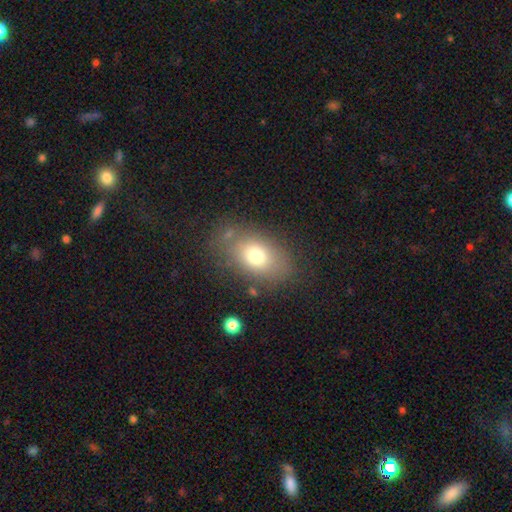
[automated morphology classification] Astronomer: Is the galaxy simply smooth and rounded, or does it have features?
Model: smooth — 72%.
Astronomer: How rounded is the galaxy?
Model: in between — 78%.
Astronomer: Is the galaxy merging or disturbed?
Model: none — 73%.